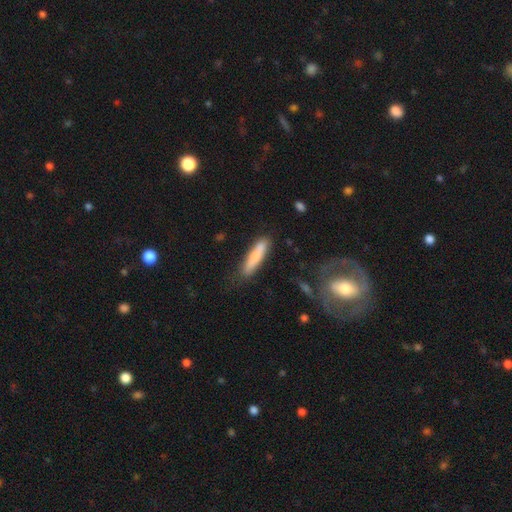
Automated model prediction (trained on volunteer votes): smooth-or-featured: smooth: 71% | featured or disk: 23% | star or artifact: 6%
  how-rounded: cigar-shaped: 83% | in between: 15% | round: 1%
  merging: none: 74% | minor disturbance: 16% | merger: 6% | major disturbance: 4%